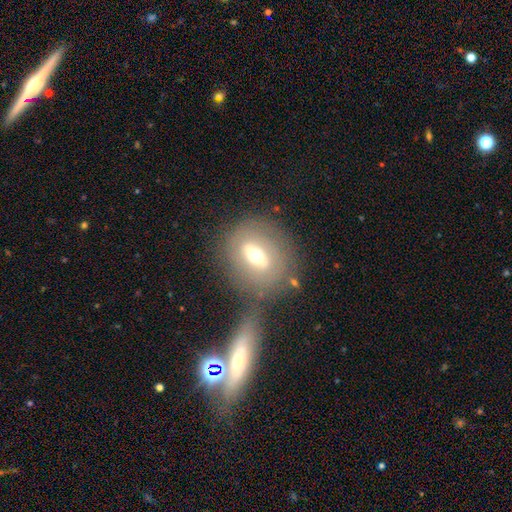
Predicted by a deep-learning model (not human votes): A featured or disk galaxy (48%). Merging: none (54%).